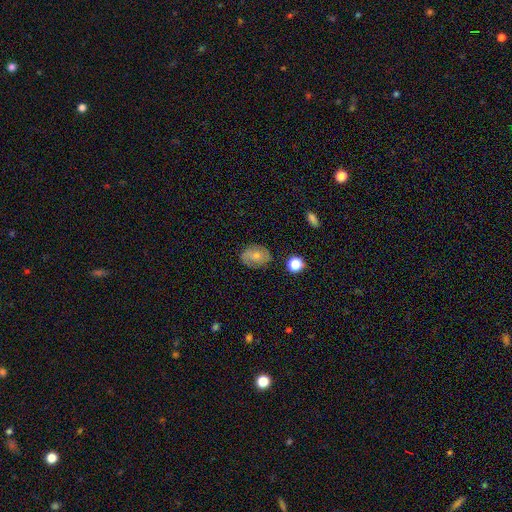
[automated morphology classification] Smooth or featured: smooth — 61% (featured or disk — 29%)
How rounded: in between — 64% (round — 35%)
Merging: none — 74% (minor disturbance — 19%)